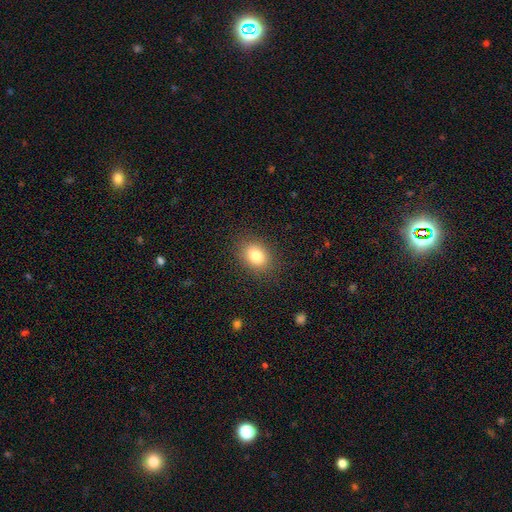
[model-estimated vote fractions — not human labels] Smooth or featured: smooth — 81% (star or artifact — 10%)
How rounded: in between — 62% (round — 37%)
Merging: none — 86% (minor disturbance — 9%)